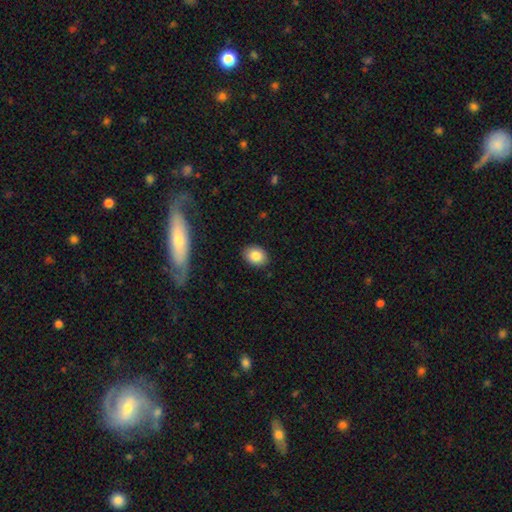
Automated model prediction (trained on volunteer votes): This appears to be a smooth galaxy with no disk features (84%) that is in between round and cigar-shaped (65%). Merging: none (88%).